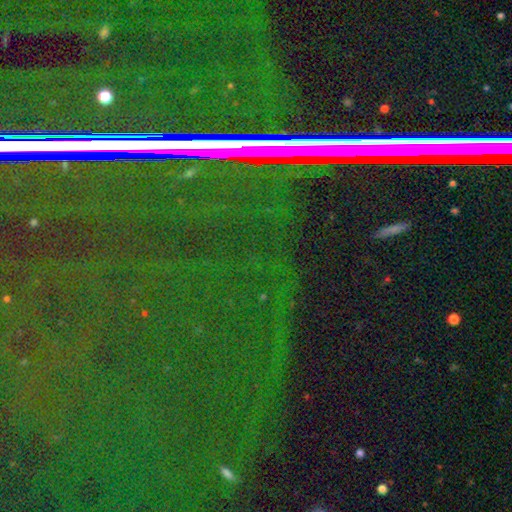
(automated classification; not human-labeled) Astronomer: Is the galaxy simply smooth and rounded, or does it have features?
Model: star or artifact — 84%.